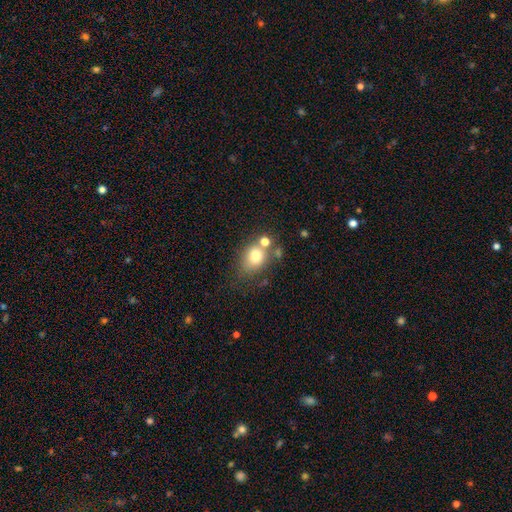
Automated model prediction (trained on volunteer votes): Smooth or featured: smooth — 74% (featured or disk — 14%)
How rounded: round — 50% (in between — 49%)
Merging: none — 55% (merger — 22%)